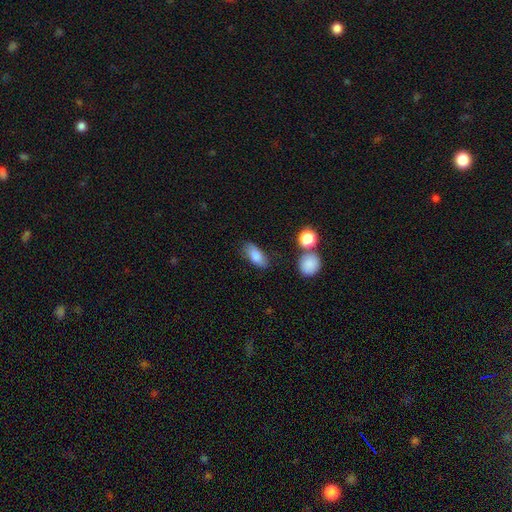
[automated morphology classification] Q: Smooth or featured?
A: smooth (82%); runner-up: featured or disk (10%)
Q: How rounded?
A: in between (84%); runner-up: cigar-shaped (11%)
Q: Merging?
A: none (78%); runner-up: minor disturbance (14%)